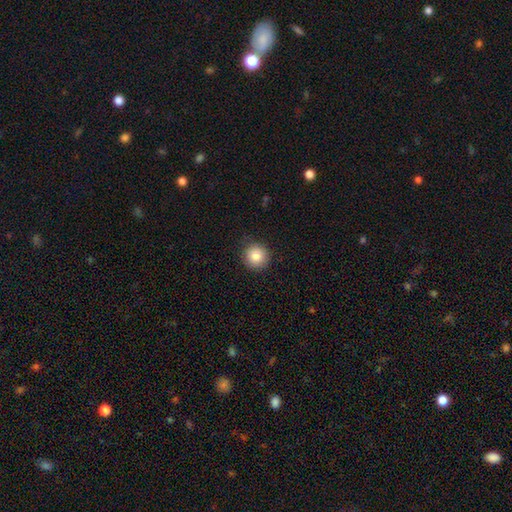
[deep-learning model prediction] smooth_or_featured: smooth (p=0.86) [alt: star or artifact p=0.09]
how_rounded: round (p=0.94) [alt: in between p=0.05]
merging: none (p=0.88) [alt: minor disturbance p=0.09]